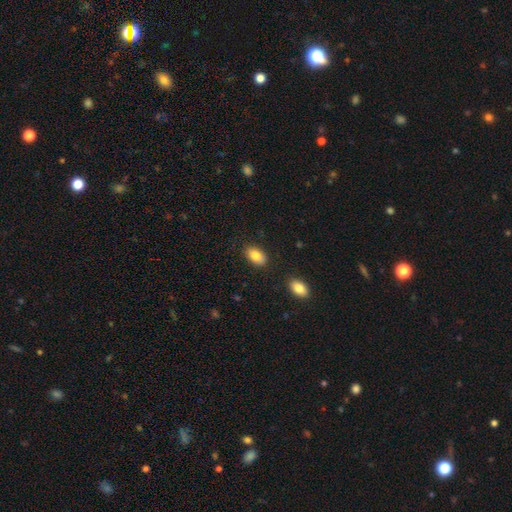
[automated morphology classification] Smooth or featured?
  - smooth: 85% *
  - featured or disk: 8%
  - star or artifact: 7%
How rounded?
  - in between: 92% *
  - round: 6%
  - cigar-shaped: 2%
Merging?
  - none: 84% *
  - minor disturbance: 11%
  - merger: 3%
  - major disturbance: 3%